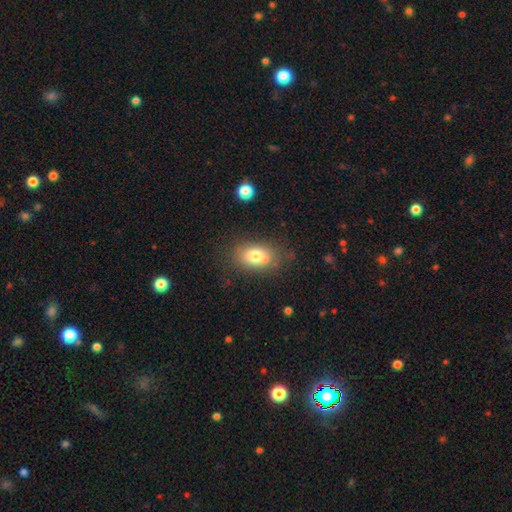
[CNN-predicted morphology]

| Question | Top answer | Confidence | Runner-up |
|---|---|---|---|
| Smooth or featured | smooth | 76% | featured or disk (15%) |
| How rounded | in between | 86% | round (13%) |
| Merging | none | 74% | minor disturbance (17%) |